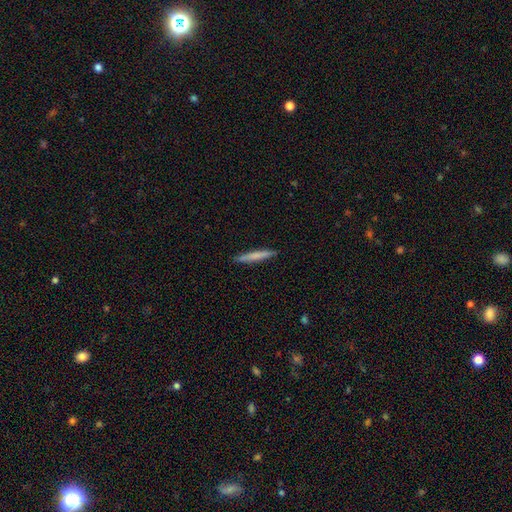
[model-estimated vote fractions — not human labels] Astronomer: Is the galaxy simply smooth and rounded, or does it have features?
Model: smooth — 69%.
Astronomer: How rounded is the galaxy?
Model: cigar-shaped — 96%.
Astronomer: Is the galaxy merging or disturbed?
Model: none — 91%.